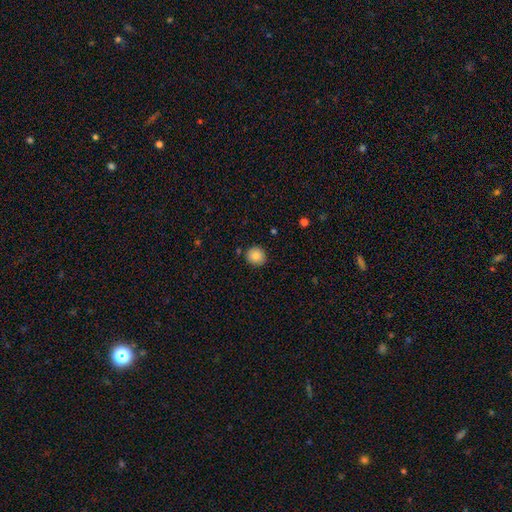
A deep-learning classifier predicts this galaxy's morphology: smooth-or-featured: smooth: 85% | star or artifact: 9% | featured or disk: 6%
  how-rounded: round: 89% | in between: 10% | cigar-shaped: 1%
  merging: none: 87% | minor disturbance: 9% | merger: 2% | major disturbance: 2%